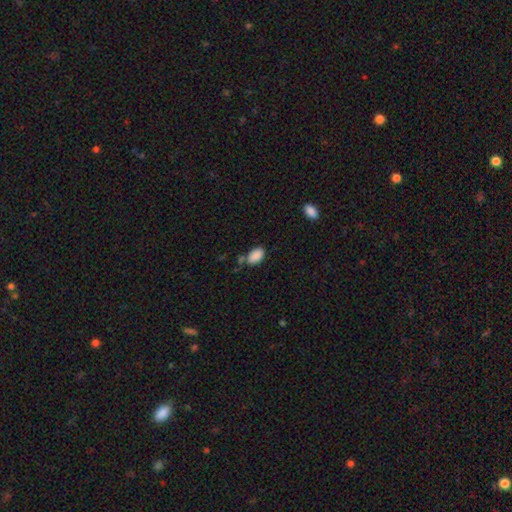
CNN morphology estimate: A smooth galaxy with no disk features (88%) that is in between round and cigar-shaped (93%).

Vote fractions:
- Smooth or featured? smooth: 88% / star or artifact: 8% / featured or disk: 4%
- How rounded? in between: 93% / round: 5% / cigar-shaped: 2%
- Merging? none: 64% / minor disturbance: 19% / merger: 13% / major disturbance: 5%